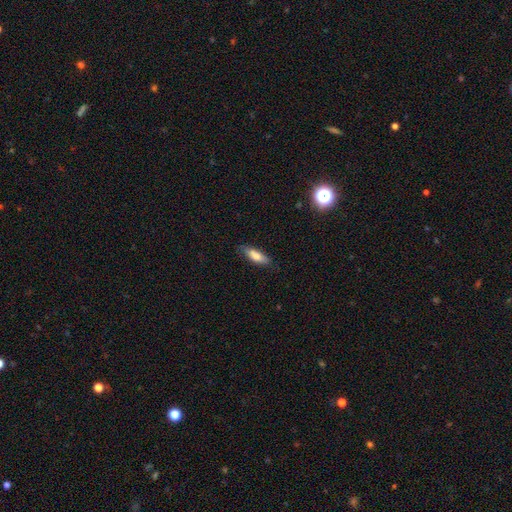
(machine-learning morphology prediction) This appears to be a smooth galaxy with no disk features (76%) that is in between round and cigar-shaped (53%). Merging: none (79%).